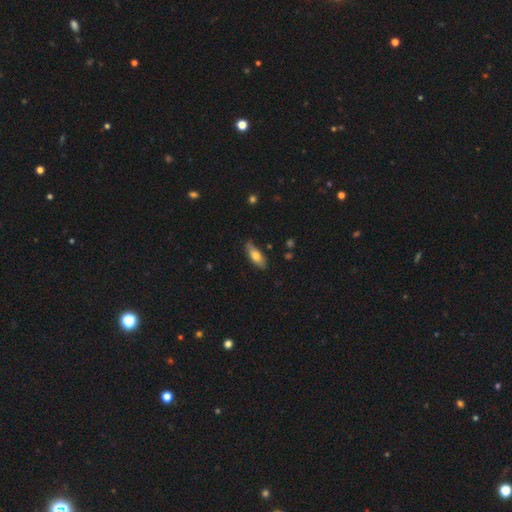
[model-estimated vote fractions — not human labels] A smooth galaxy with no disk features (68%) that is in between round and cigar-shaped (67%). Merging: none (80%).